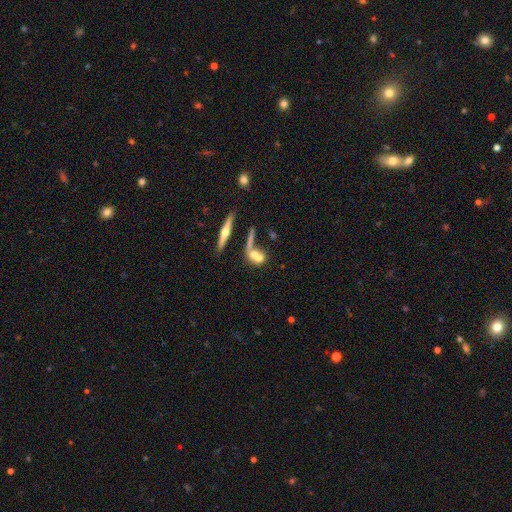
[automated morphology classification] The model was most divided on "smooth or featured": smooth: 49%, featured or disk: 40%, star or artifact: 11%. Remaining: merging — merger (48%).